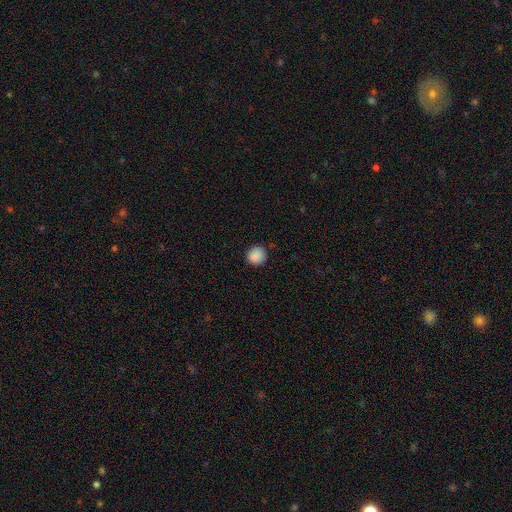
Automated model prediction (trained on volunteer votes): A smooth galaxy with no disk features (88%) that is round (92%). Merging: none (88%).